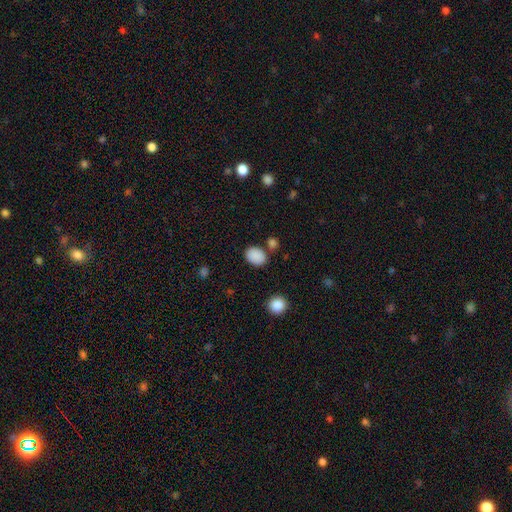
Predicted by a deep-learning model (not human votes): A smooth galaxy with no disk features (88%) that is in between round and cigar-shaped (62%).

Vote fractions:
- Smooth or featured? smooth: 88% / star or artifact: 9% / featured or disk: 3%
- How rounded? in between: 62% / round: 37% / cigar-shaped: 1%
- Merging? none: 79% / minor disturbance: 11% / merger: 6% / major disturbance: 3%